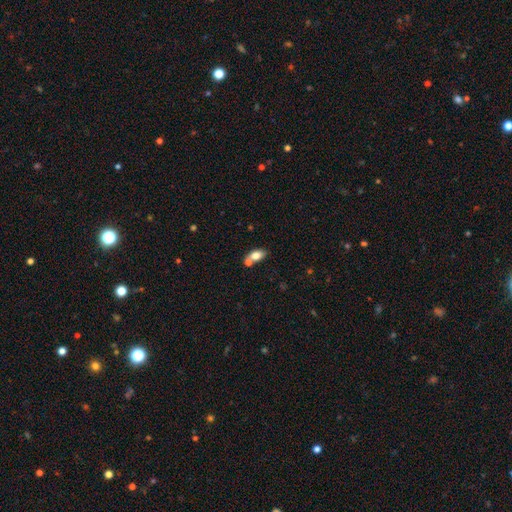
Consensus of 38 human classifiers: Smooth or featured? 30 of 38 (79%) said smooth. How rounded? 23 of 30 (77%) said in between. Merging? 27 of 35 (77%) said none.